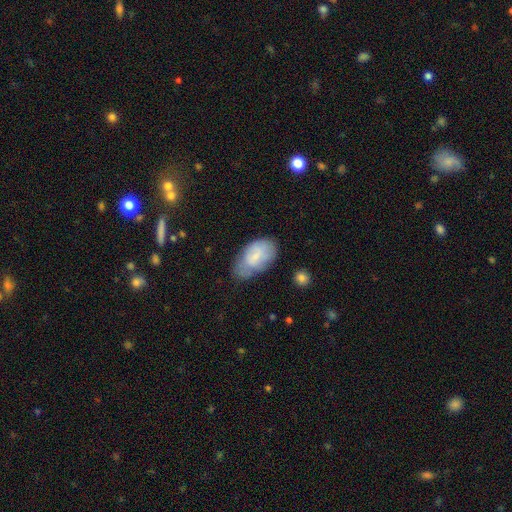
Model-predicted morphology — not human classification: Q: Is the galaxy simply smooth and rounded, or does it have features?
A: smooth — 70%.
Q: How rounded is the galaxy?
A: in between — 94%.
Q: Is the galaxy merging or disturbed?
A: none — 46%.